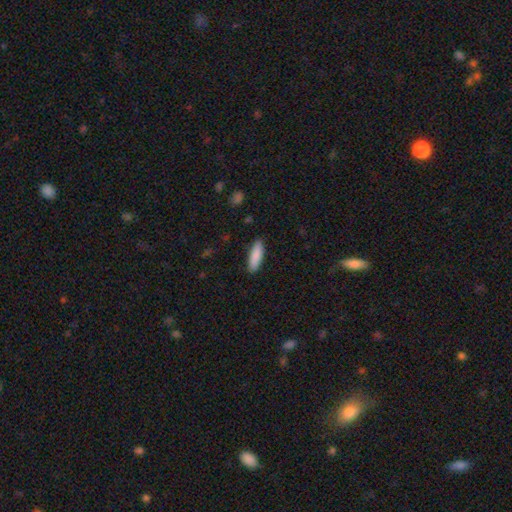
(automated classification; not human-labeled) Smooth or featured? Predicted: smooth (p=0.89). How rounded? Predicted: cigar-shaped (p=0.52). Merging? Predicted: none (p=0.89).